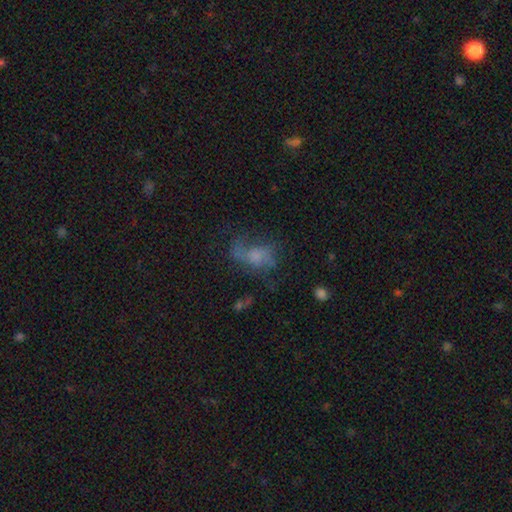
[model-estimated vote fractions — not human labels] smooth-or-featured: featured or disk: 46% | smooth: 37% | star or artifact: 17%
  merging: none: 42% | major disturbance: 33% | minor disturbance: 21% | merger: 4%